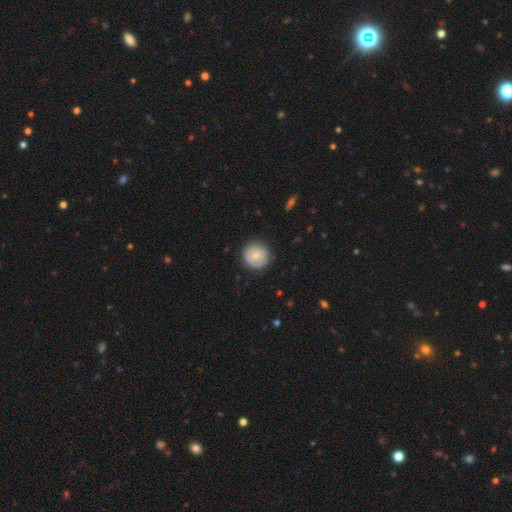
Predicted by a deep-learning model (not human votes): Smooth or featured?
  - smooth: 74% *
  - featured or disk: 19%
  - star or artifact: 7%
How rounded?
  - round: 94% *
  - in between: 5%
  - cigar-shaped: 1%
Merging?
  - none: 85% *
  - minor disturbance: 12%
  - major disturbance: 3%
  - merger: 1%